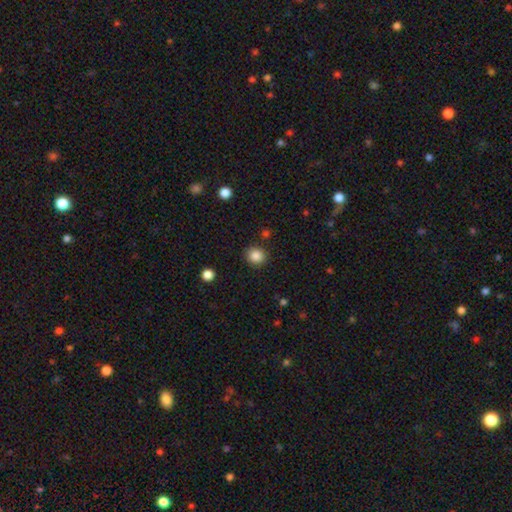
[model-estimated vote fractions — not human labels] Q: Smooth or featured?
A: smooth (86%); runner-up: star or artifact (10%)
Q: How rounded?
A: round (84%); runner-up: in between (15%)
Q: Merging?
A: none (87%); runner-up: minor disturbance (8%)